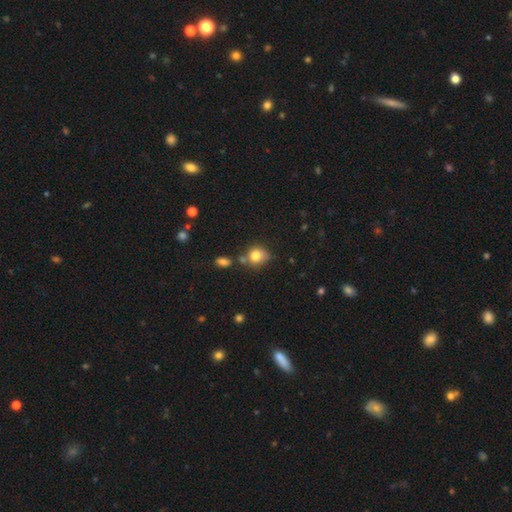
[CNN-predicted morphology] A smooth galaxy with no disk features (80%) that is round (64%). Merging: none (55%).